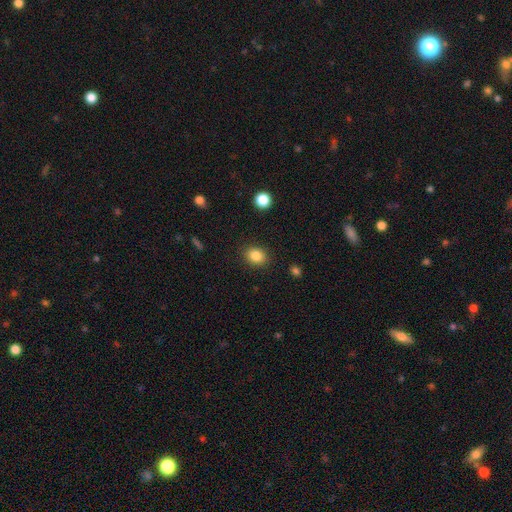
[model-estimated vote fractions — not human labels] smooth 85%, star or artifact 10%, featured or disk 5%. Down the decision tree: how rounded — round (51%); merging — none (88%).